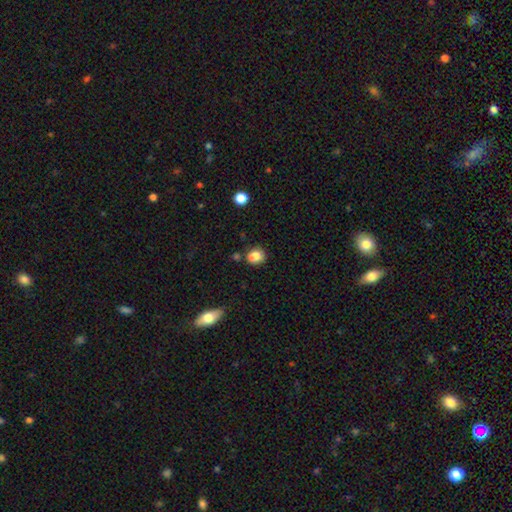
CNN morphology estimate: Smooth or featured? smooth (84%)
How rounded? round (66%)
Merging? none (72%)